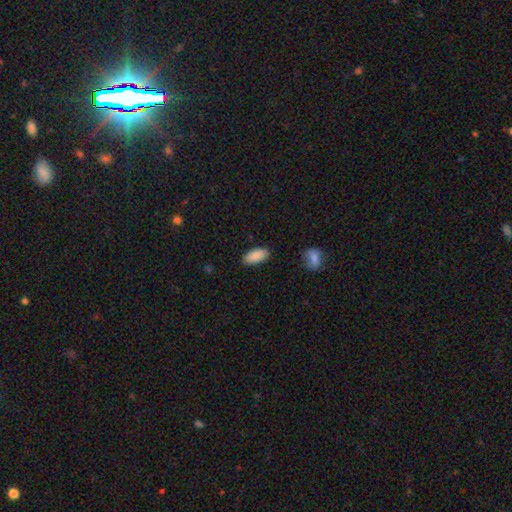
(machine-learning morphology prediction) smooth 89%, star or artifact 7%, featured or disk 4%. Down the decision tree: how rounded — in between (89%); merging — none (87%).